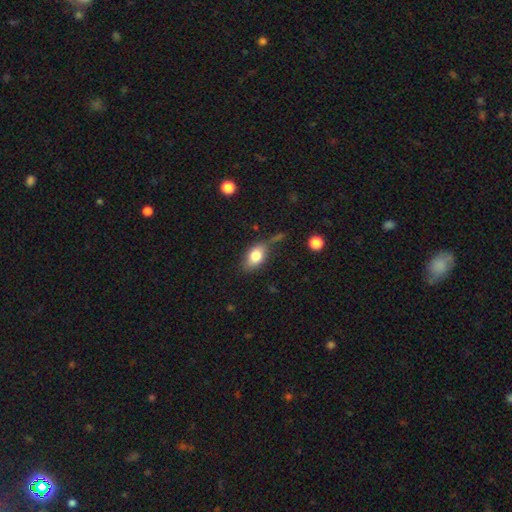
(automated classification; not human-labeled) A smooth galaxy with no disk features (79%) that is in between round and cigar-shaped (87%).

Vote fractions:
- Smooth or featured? smooth: 79% / featured or disk: 14% / star or artifact: 7%
- How rounded? in between: 87% / round: 10% / cigar-shaped: 3%
- Merging? none: 64% / minor disturbance: 21% / merger: 8% / major disturbance: 8%